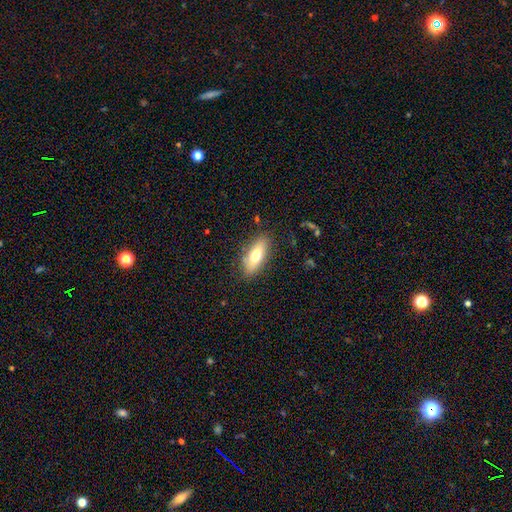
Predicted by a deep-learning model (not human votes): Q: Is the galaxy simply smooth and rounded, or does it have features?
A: smooth — 69%.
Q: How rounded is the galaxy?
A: in between — 73%.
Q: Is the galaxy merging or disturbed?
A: none — 85%.